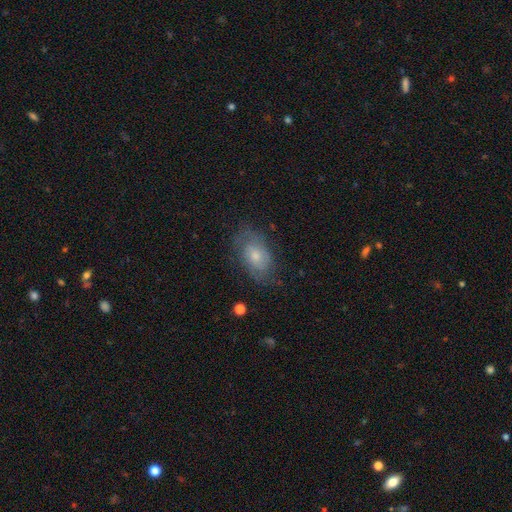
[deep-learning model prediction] Smooth or featured? Predicted: featured or disk (p=0.54). Edge-on disk? Predicted: no (p=0.94). Bar? Predicted: no (p=0.76). Spiral arms? Predicted: yes (p=0.79). Bulge size? Predicted: moderate (p=0.47). Merging? Predicted: none (p=0.69).